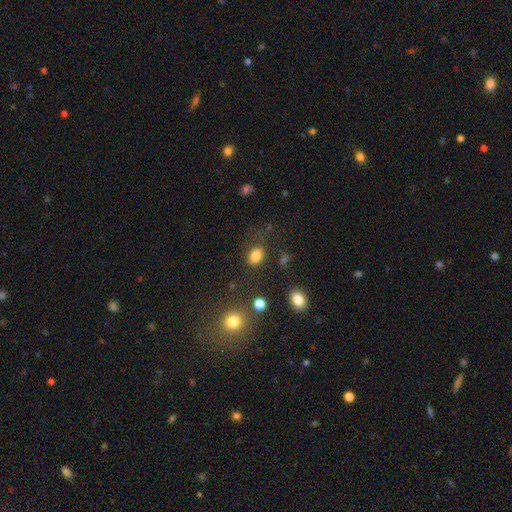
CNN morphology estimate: A smooth galaxy with no disk features (83%) that is in between round and cigar-shaped (66%). Merging: none (75%).